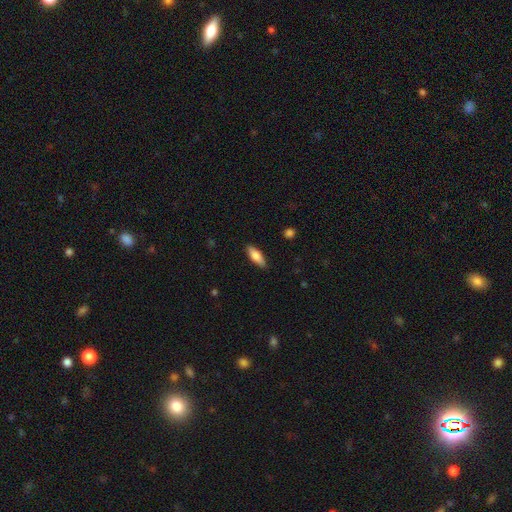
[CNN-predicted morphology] This appears to be a smooth galaxy with no disk features (79%) that is in between round and cigar-shaped (68%). Merging: none (87%).